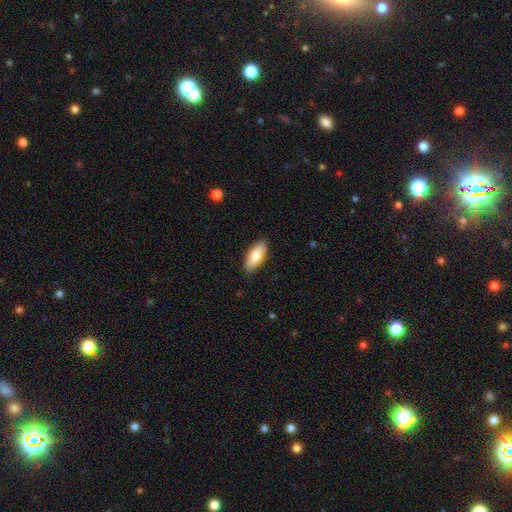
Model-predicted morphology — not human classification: Smooth or featured? smooth (82%)
How rounded? in between (81%)
Merging? none (87%)